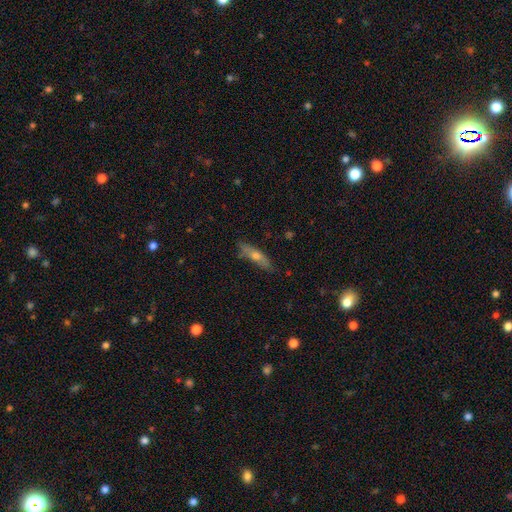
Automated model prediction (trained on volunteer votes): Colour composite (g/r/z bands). It shows a smooth galaxy with no disk features (52%) that is cigar-shaped (73%). Merging: none (77%).